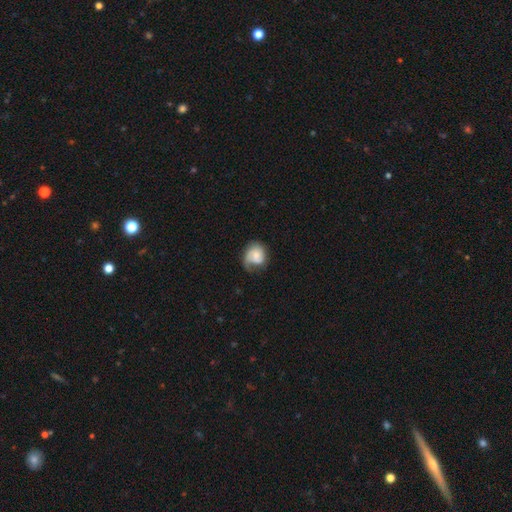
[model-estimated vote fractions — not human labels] This appears to be a featured or disk galaxy (47%). Merging: none (44%).